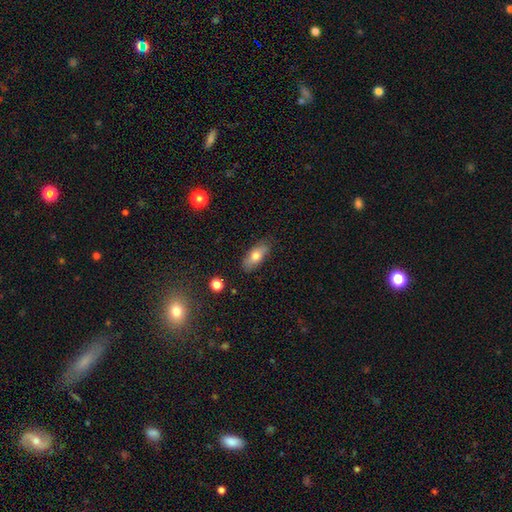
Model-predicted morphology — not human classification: Q: Smooth or featured?
A: smooth (71%); runner-up: featured or disk (21%)
Q: How rounded?
A: in between (79%); runner-up: cigar-shaped (17%)
Q: Merging?
A: none (81%); runner-up: minor disturbance (15%)